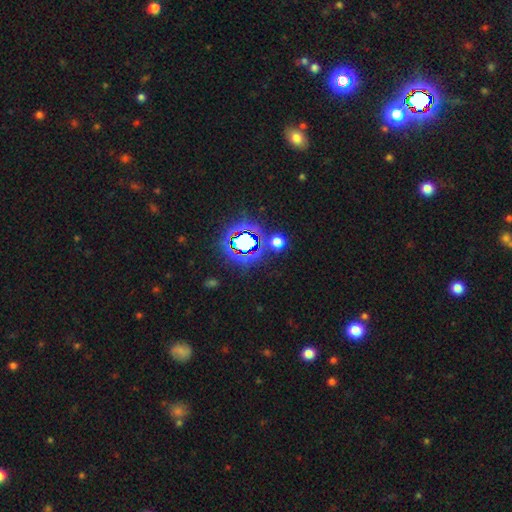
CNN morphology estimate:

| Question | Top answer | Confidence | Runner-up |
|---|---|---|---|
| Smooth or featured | star or artifact | 76% | smooth (17%) |